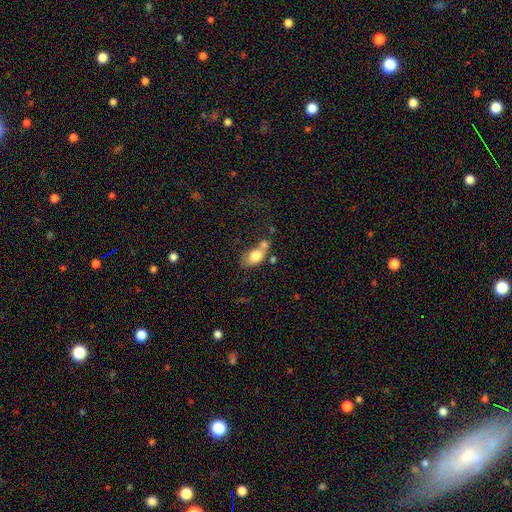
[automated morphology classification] type=smooth (76%); roundness=in between (78%); merging=merger (45%).